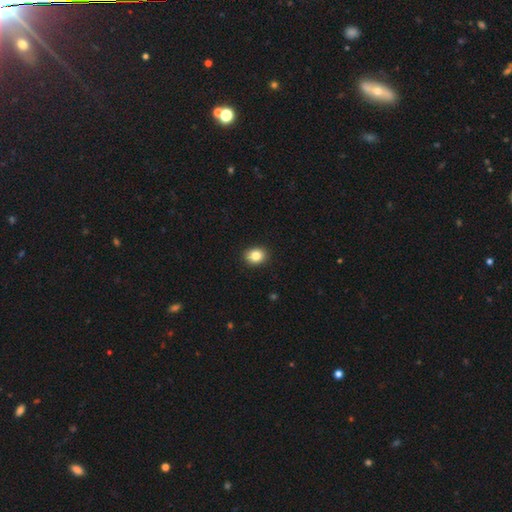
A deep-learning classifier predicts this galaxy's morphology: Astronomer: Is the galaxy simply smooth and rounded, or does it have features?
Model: smooth — 84%.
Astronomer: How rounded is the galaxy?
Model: round — 58% (runner-up: in between, 41%).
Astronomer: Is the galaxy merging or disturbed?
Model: none — 92%.